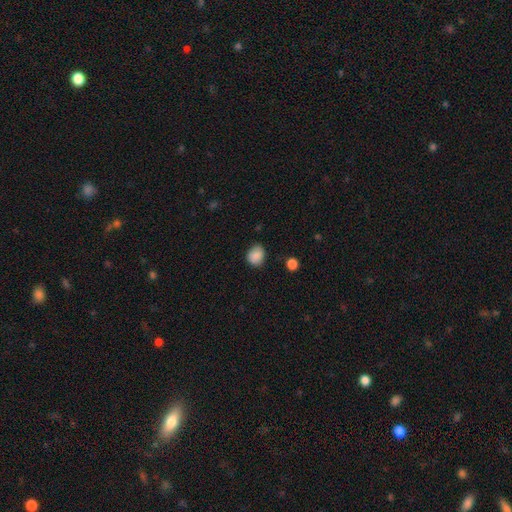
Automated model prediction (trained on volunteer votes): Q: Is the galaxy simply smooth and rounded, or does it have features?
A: smooth — 86%.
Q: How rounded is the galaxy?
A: round — 61%.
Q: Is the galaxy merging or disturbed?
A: none — 75%.